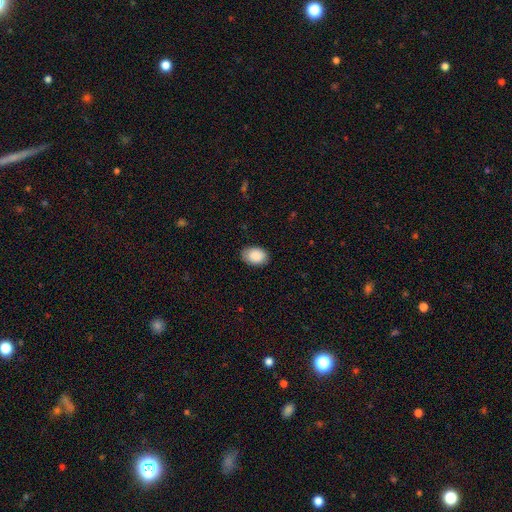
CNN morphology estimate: smooth 90%, star or artifact 6%, featured or disk 4%. Down the decision tree: how rounded — in between (81%); merging — none (83%).